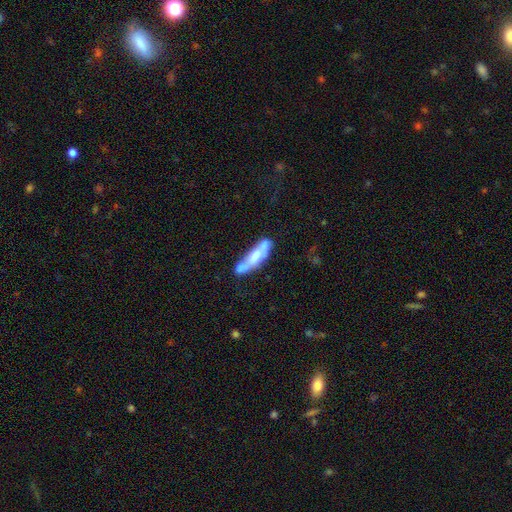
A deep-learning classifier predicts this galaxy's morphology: smooth-or-featured: smooth: 49% | featured or disk: 44% | star or artifact: 6%
  merging: none: 48% | minor disturbance: 25% | merger: 17% | major disturbance: 10%